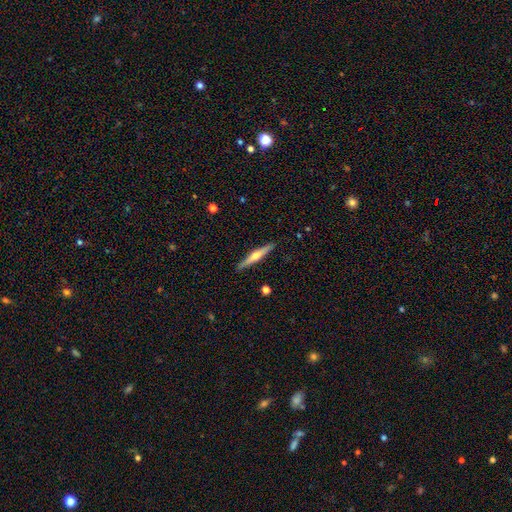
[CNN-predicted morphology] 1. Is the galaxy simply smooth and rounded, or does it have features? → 67% featured or disk, 28% smooth, 5% star or artifact.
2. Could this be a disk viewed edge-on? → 98% yes, 2% no.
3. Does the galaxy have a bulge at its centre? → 91% rounded, 5% none, 4% boxy.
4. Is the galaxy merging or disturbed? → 90% none, 7% minor disturbance, 1% major disturbance, 1% merger.